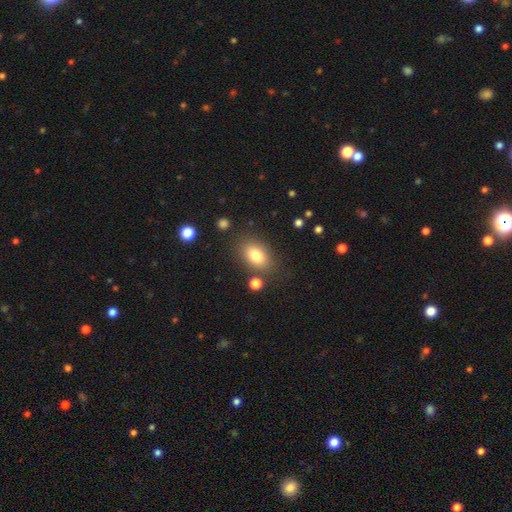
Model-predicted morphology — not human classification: Smooth or featured? Predicted: smooth (p=0.80). How rounded? Predicted: in between (p=0.85). Merging? Predicted: none (p=0.80).